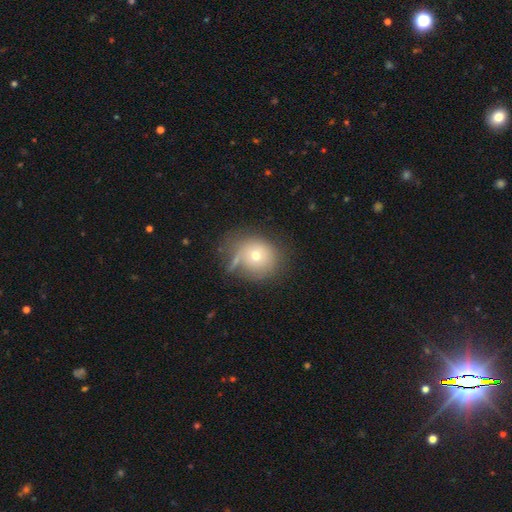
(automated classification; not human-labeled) The model was most divided on "merging": none: 52%, minor disturbance: 23%, major disturbance: 14%, merger: 11%. More confident: how rounded — round (82%); smooth or featured — smooth (65%).